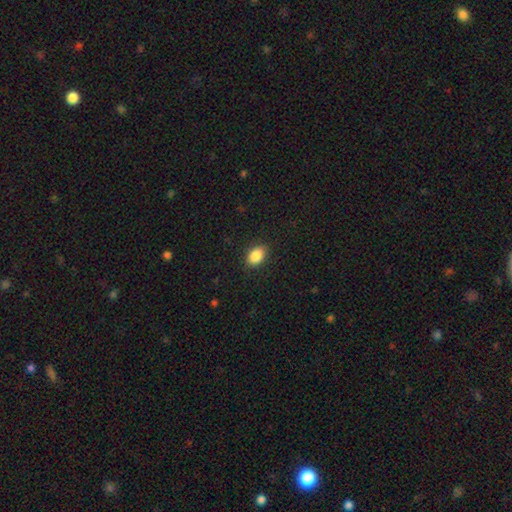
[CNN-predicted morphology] Smooth or featured: smooth — 87% (star or artifact — 8%)
How rounded: in between — 79% (round — 20%)
Merging: none — 87% (minor disturbance — 10%)